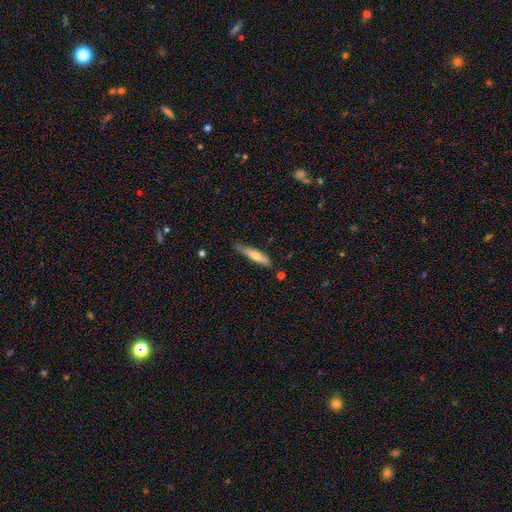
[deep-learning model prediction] Smooth or featured? smooth (55%)
How rounded? cigar-shaped (86%)
Merging? none (76%)